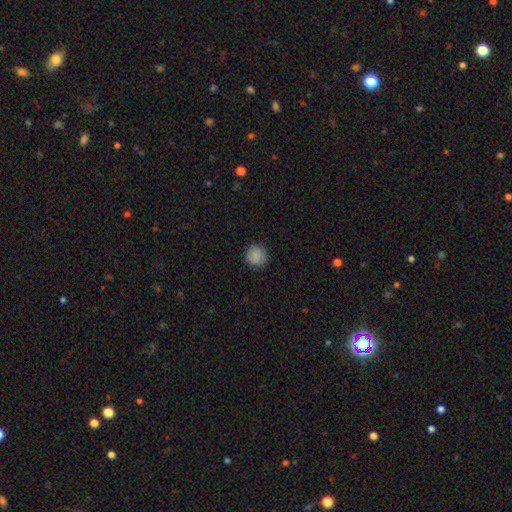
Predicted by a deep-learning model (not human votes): Smooth or featured? Predicted: smooth (p=0.88). How rounded? Predicted: round (p=0.92). Merging? Predicted: none (p=0.87).